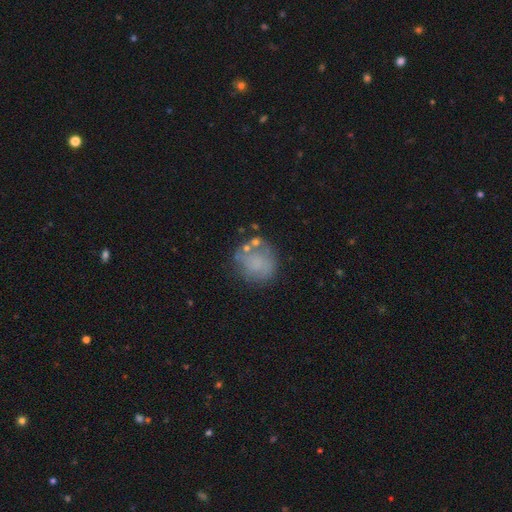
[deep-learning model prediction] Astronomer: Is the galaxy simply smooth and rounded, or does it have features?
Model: smooth — 53% (runner-up: featured or disk, 34%).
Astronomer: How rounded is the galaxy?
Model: round — 78%.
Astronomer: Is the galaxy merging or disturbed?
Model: none — 57%.